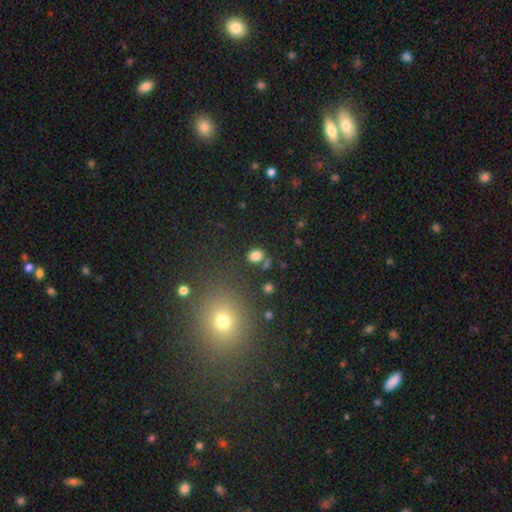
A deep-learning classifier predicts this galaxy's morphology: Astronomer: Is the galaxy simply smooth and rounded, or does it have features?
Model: smooth — 80%.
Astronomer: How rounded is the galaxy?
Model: in between — 59% (runner-up: round, 40%).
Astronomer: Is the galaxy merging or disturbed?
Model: none — 71%.